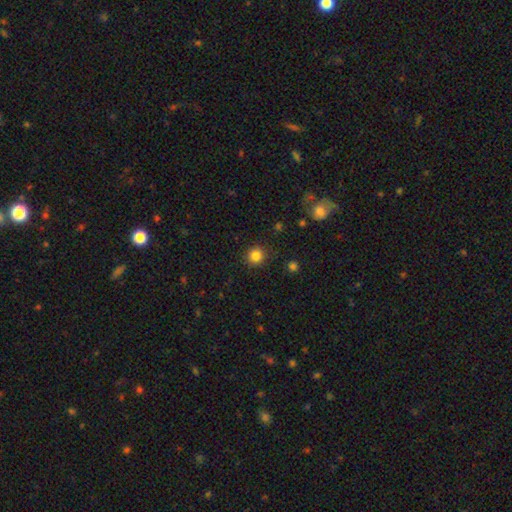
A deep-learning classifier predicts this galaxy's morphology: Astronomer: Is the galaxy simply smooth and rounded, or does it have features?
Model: smooth — 84%.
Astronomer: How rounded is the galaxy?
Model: round — 92%.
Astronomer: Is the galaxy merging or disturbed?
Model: none — 90%.